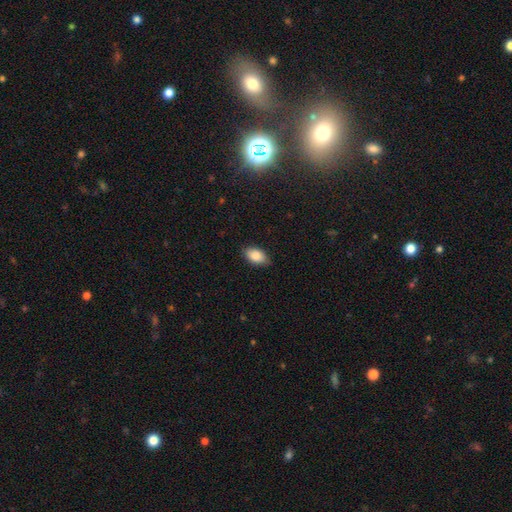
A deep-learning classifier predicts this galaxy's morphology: The model was most divided on "merging": none: 83%, minor disturbance: 14%, major disturbance: 3%, merger: 1%. More confident: how rounded — in between (92%); smooth or featured — smooth (87%).